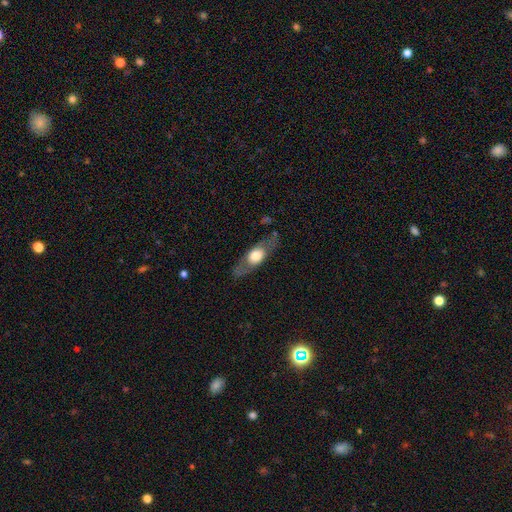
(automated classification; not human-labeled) This appears to be a featured or disk galaxy (52%) viewed edge-on (52%). Merging: none (76%).